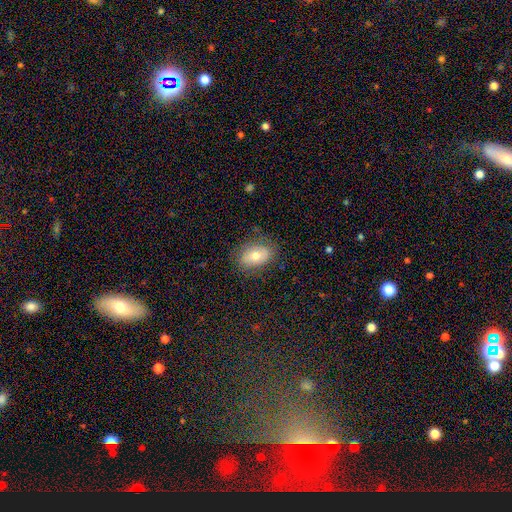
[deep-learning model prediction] A smooth galaxy with no disk features (67%) that is in between round and cigar-shaped (85%).

Vote fractions:
- Smooth or featured? smooth: 67% / featured or disk: 24% / star or artifact: 8%
- How rounded? in between: 85% / round: 13% / cigar-shaped: 2%
- Merging? none: 78% / minor disturbance: 16% / major disturbance: 5% / merger: 1%